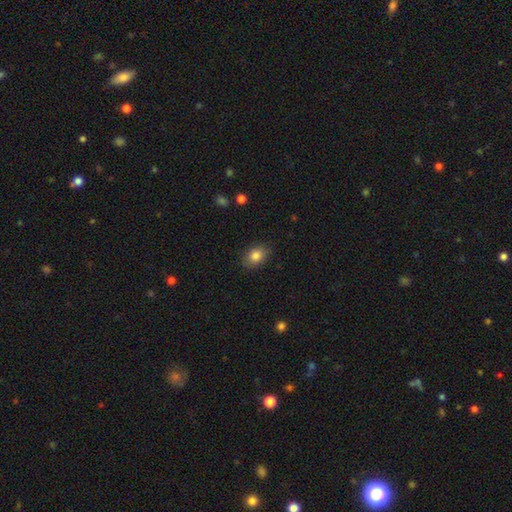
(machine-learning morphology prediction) type=smooth (84%); roundness=in between (69%); merging=none (84%).